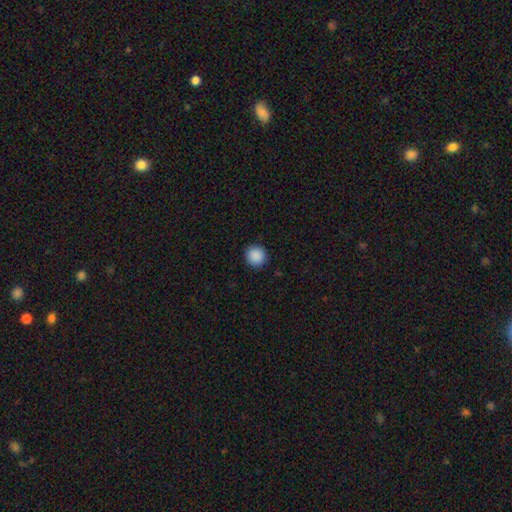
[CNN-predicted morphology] smooth 89%, star or artifact 8%, featured or disk 2%. Down the decision tree: how rounded — round (94%); merging — none (91%).